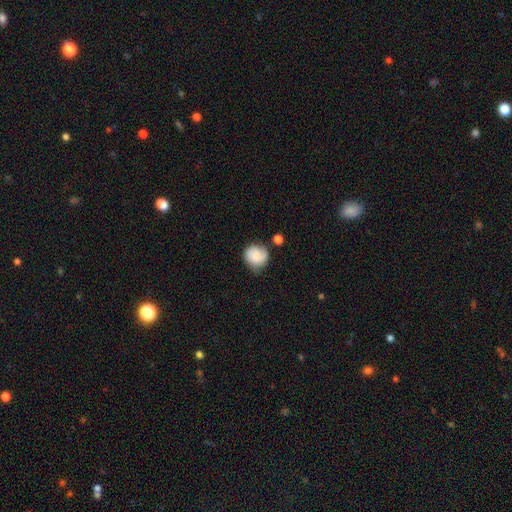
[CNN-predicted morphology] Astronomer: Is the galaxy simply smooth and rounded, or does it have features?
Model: smooth — 72%.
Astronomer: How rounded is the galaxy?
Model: round — 84%.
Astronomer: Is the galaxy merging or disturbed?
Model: none — 59%.